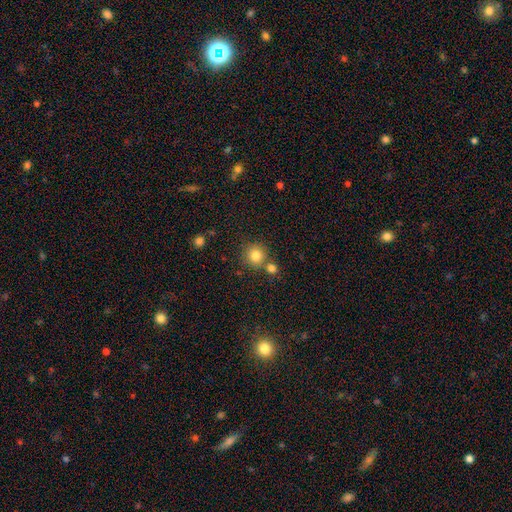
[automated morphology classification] The model was most divided on "merging": none: 71%, merger: 18%, minor disturbance: 8%, major disturbance: 3%. More confident: how rounded — round (91%); smooth or featured — smooth (82%).